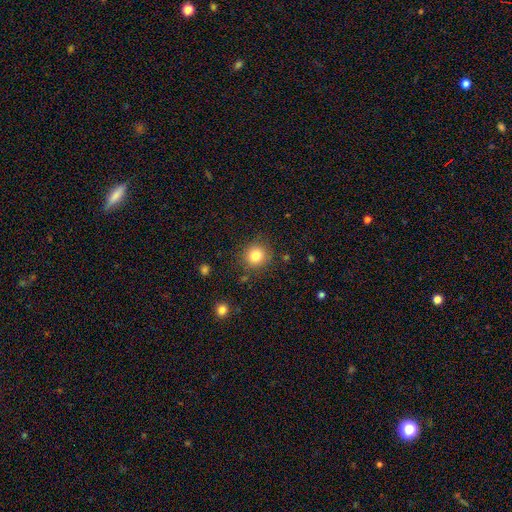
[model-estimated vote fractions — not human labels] Q: Smooth or featured?
A: smooth (82%); runner-up: star or artifact (11%)
Q: How rounded?
A: round (90%); runner-up: in between (9%)
Q: Merging?
A: none (86%); runner-up: minor disturbance (9%)